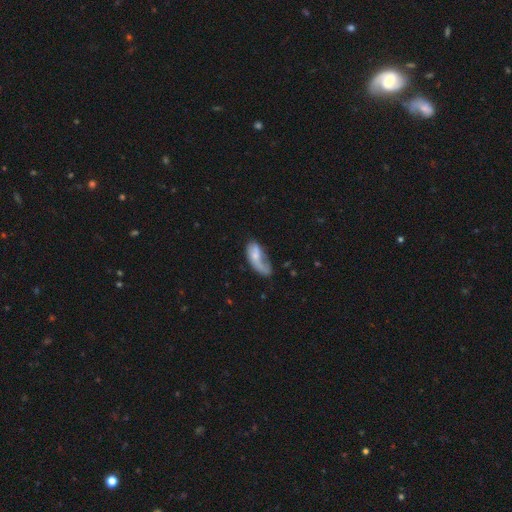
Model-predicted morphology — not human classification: The model was most divided on "smooth or featured": smooth: 51%, featured or disk: 42%, star or artifact: 7%. Remaining: how rounded — in between (84%); merging — major disturbance (39%).